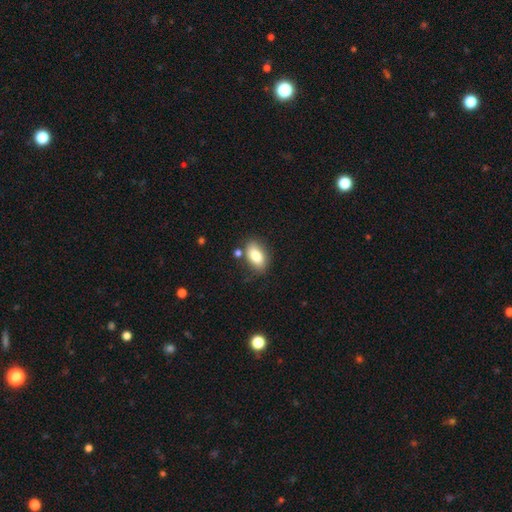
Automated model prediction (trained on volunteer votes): Smooth or featured: smooth — 84% (featured or disk — 9%)
How rounded: in between — 90% (round — 7%)
Merging: none — 76% (minor disturbance — 14%)